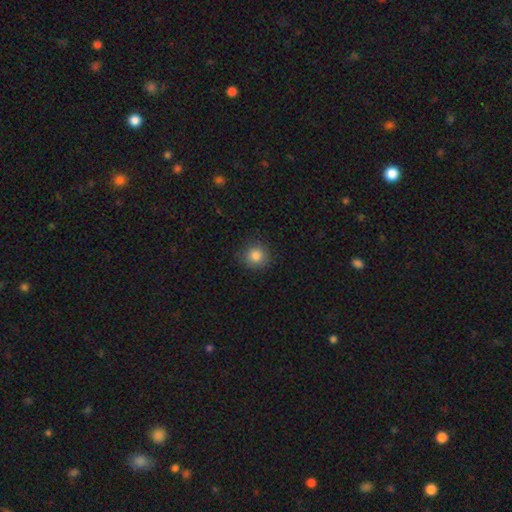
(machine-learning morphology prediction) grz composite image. It shows a smooth galaxy with no disk features (84%) that is round (91%). Merging: none (87%).